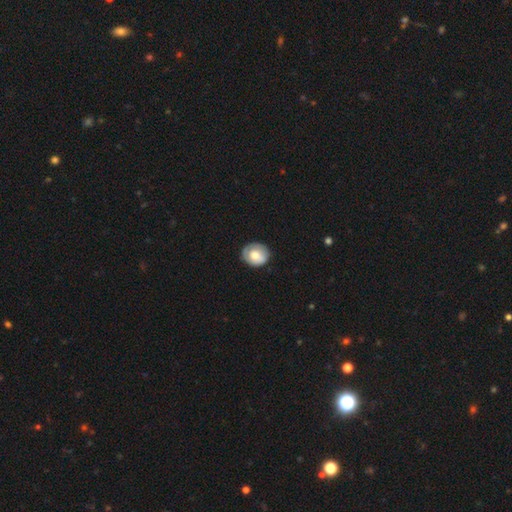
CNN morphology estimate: type=smooth (65%); roundness=round (72%); merging=none (72%).